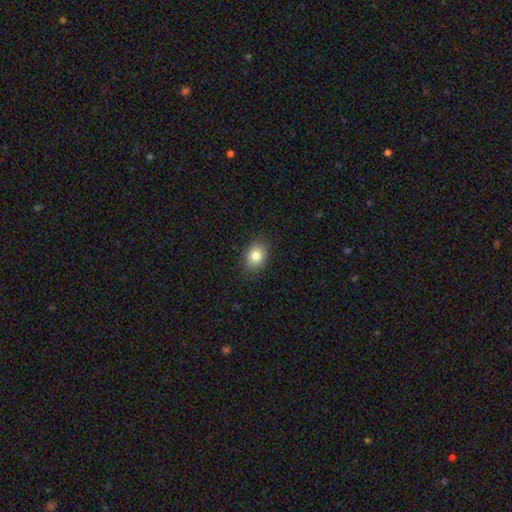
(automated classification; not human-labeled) The model was most divided on "how rounded": in between: 69%, round: 30%, cigar-shaped: 1%. More confident: merging — none (88%); smooth or featured — smooth (83%).